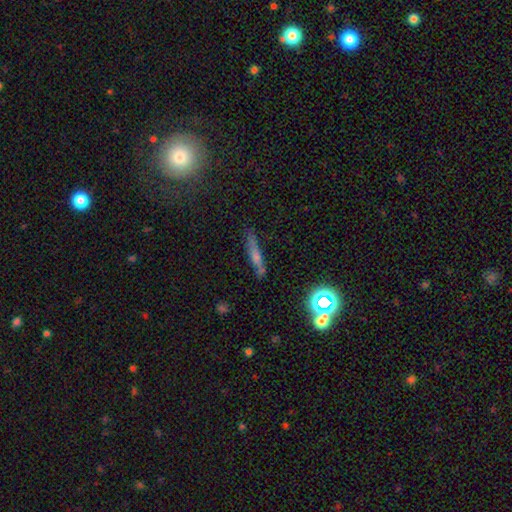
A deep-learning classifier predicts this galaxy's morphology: Smooth or featured? smooth (53%)
How rounded? cigar-shaped (86%)
Merging? none (70%)